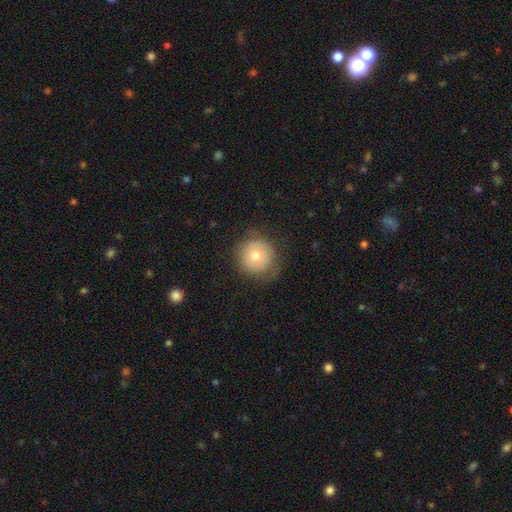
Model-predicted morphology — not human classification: smooth 67%, featured or disk 23%, star or artifact 10%. Down the decision tree: how rounded — round (94%); merging — none (75%).